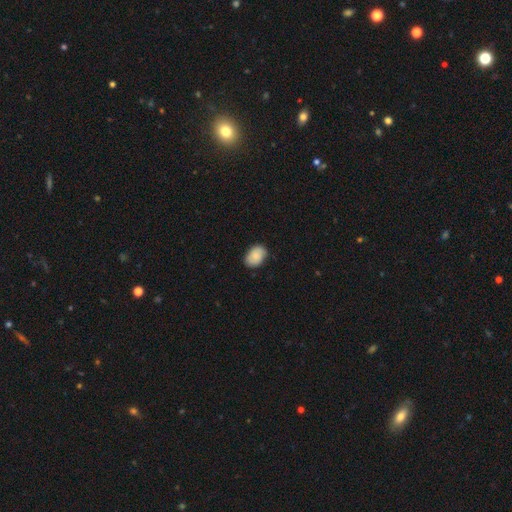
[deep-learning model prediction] This is clearly a smooth galaxy (81%). How rounded: clearly in between (84%). Merging: clearly none (81%).